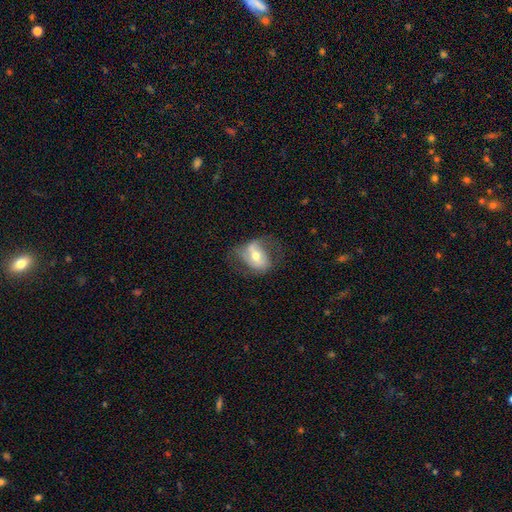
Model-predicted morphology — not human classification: This is possibly a featured or disk galaxy (58%). It is clearly not viewed edge-on (93%). Bar: marginally strong (34%, tied with weak). Spiral arm pattern: likely yes (71%). Central bulge: possibly moderate (59%). Merging: possibly none (55%).